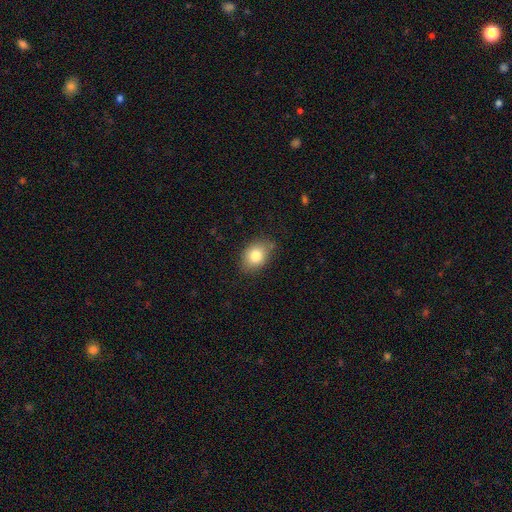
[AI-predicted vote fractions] Morphology: type=smooth (81%); roundness=in between (66%); merging=none (76%).